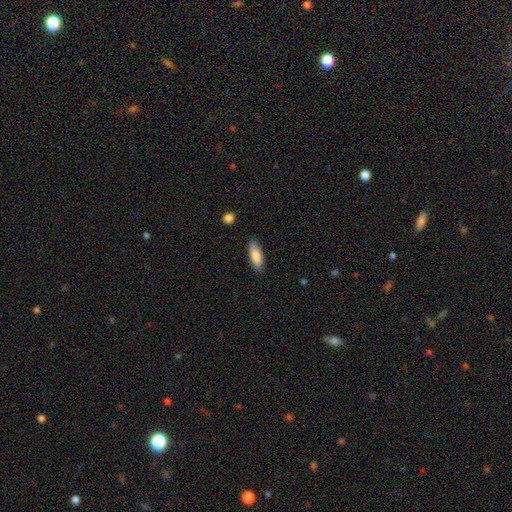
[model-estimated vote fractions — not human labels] Smooth or featured? Predicted: smooth (p=0.82). How rounded? Predicted: in between (p=0.59). Merging? Predicted: none (p=0.86).